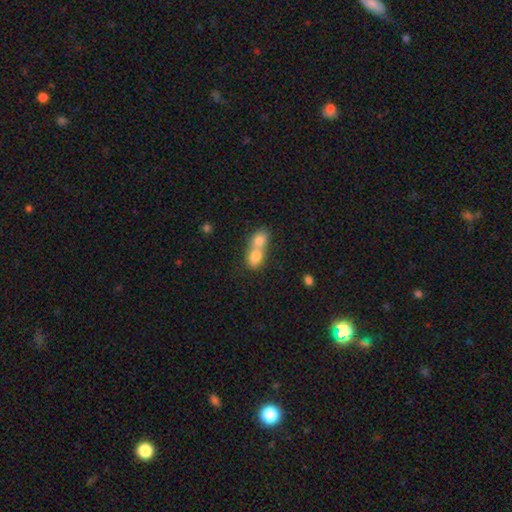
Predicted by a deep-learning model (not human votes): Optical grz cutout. It shows a smooth galaxy with no disk features (76%) that is in between round and cigar-shaped (63%). Merging: merger (78%).